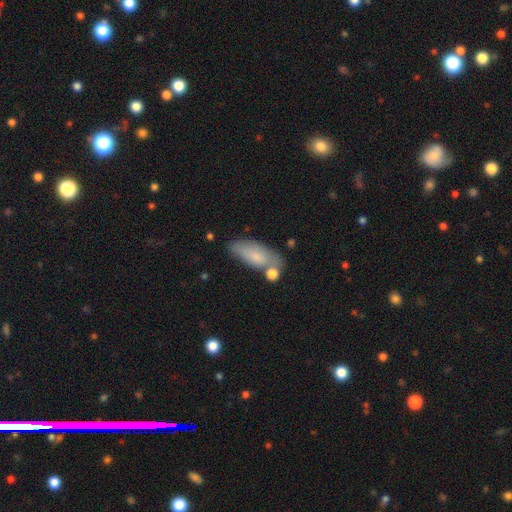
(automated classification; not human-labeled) Smooth or featured? smooth (76%)
How rounded? in between (77%)
Merging? none (60%)